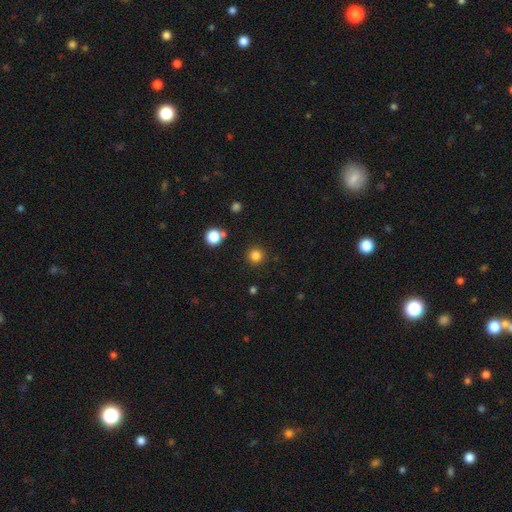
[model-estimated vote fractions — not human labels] This appears to be a smooth galaxy with no disk features (82%) that is round (95%). Merging: none (90%).